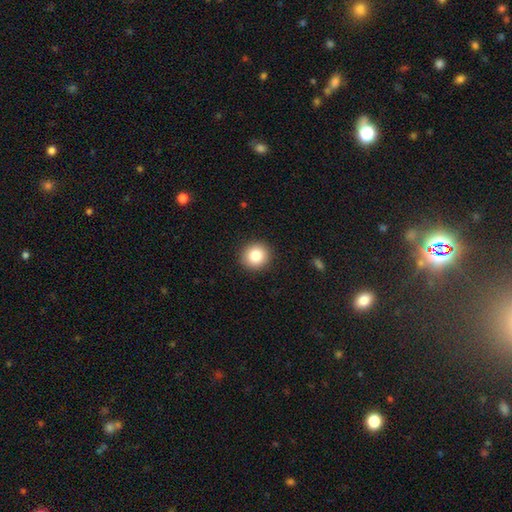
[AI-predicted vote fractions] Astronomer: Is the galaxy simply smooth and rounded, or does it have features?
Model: smooth — 85%.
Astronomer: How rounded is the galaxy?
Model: round — 90%.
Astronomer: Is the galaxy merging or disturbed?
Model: none — 92%.